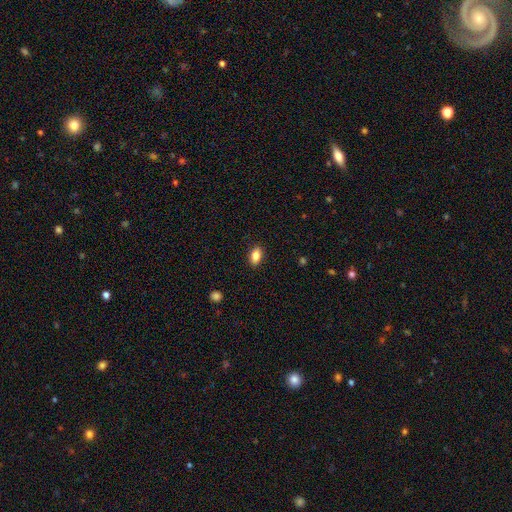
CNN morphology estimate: This appears to be a smooth galaxy with no disk features (85%) that is in between round and cigar-shaped (89%). Merging: none (89%).